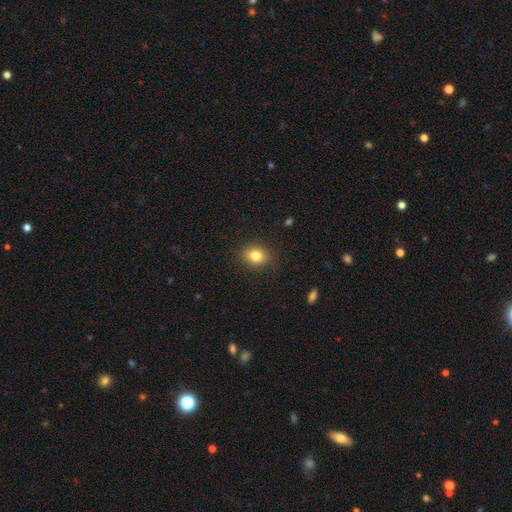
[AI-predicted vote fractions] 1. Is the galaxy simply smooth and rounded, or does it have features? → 82% smooth, 10% star or artifact, 7% featured or disk.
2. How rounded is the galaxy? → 50% round, 49% in between, 1% cigar-shaped.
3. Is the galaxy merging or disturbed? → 88% none, 9% minor disturbance, 3% major disturbance, 1% merger.